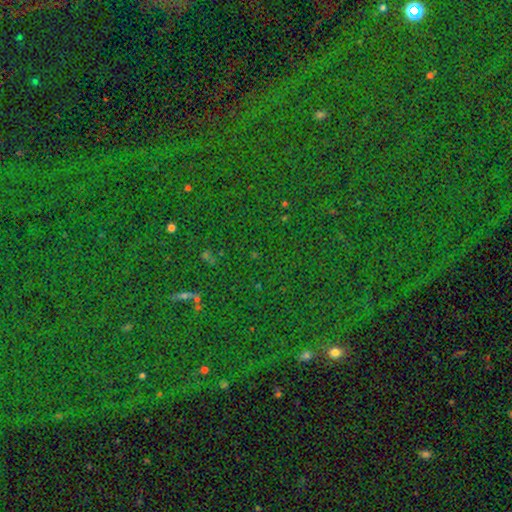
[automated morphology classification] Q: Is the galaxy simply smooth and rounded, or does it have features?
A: star or artifact — 84%.